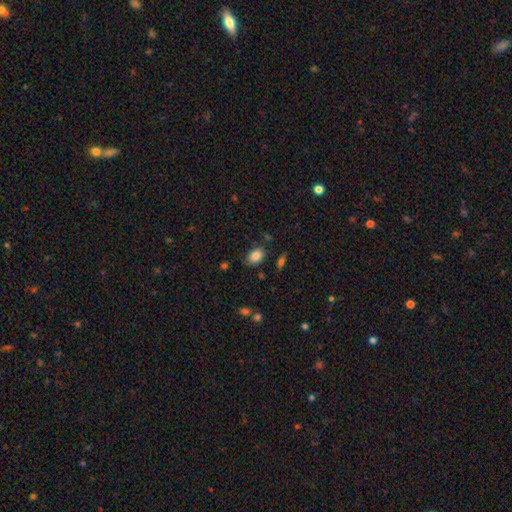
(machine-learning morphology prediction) smooth-or-featured: smooth: 85% | star or artifact: 9% | featured or disk: 6%
  how-rounded: in between: 78% | round: 21% | cigar-shaped: 1%
  merging: none: 79% | minor disturbance: 15% | major disturbance: 3% | merger: 3%